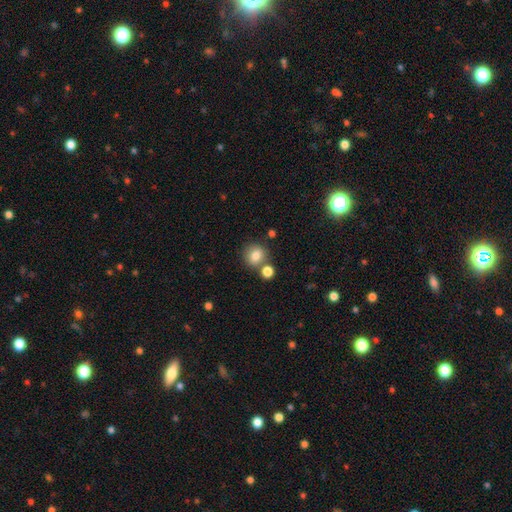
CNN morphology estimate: smooth_or_featured: smooth (p=0.81) [alt: star or artifact p=0.11]
how_rounded: round (p=0.82) [alt: in between p=0.17]
merging: none (p=0.69) [alt: merger p=0.18]